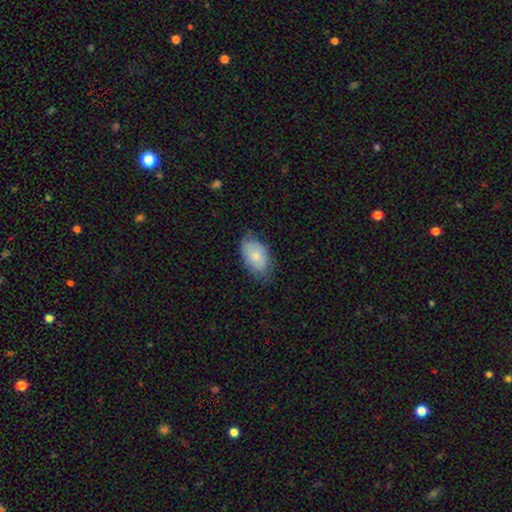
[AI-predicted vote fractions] Smooth or featured? smooth (74%)
How rounded? in between (92%)
Merging? none (65%)